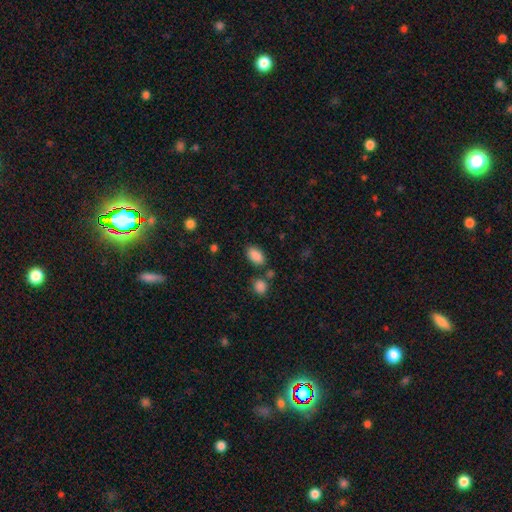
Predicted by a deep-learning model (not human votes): Smooth or featured? Predicted: smooth (p=0.88). How rounded? Predicted: in between (p=0.92). Merging? Predicted: none (p=0.76).